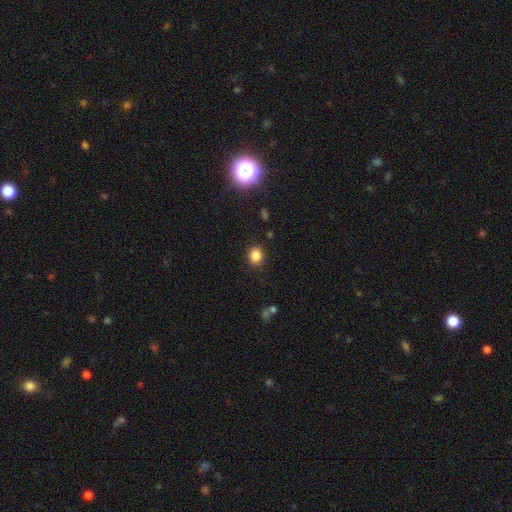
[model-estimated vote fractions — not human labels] The model was most divided on "how rounded": round: 73%, in between: 26%, cigar-shaped: 1%. More confident: merging — none (89%); smooth or featured — smooth (83%).